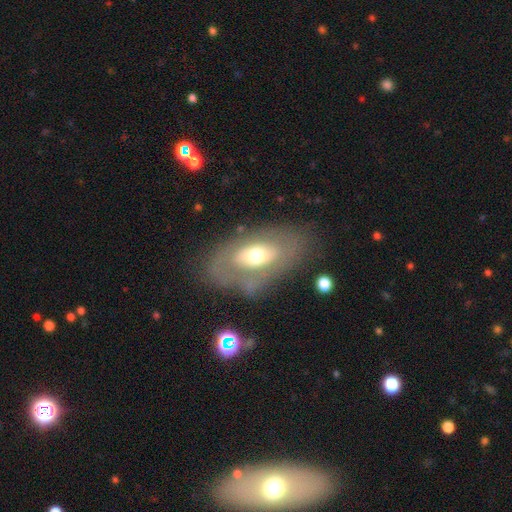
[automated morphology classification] smooth_or_featured: featured or disk (p=0.53) [alt: smooth p=0.40]
disk_edge_on: no (p=0.86) [alt: yes p=0.14]
merging: none (p=0.68) [alt: minor disturbance p=0.17]